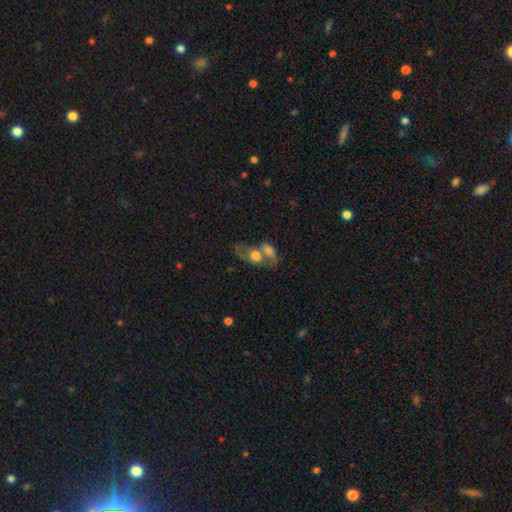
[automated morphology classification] Smooth or featured?
  - smooth: 61% *
  - featured or disk: 31%
  - star or artifact: 8%
How rounded?
  - in between: 76% *
  - round: 19%
  - cigar-shaped: 5%
Merging?
  - merger: 67% *
  - none: 18%
  - minor disturbance: 8%
  - major disturbance: 7%